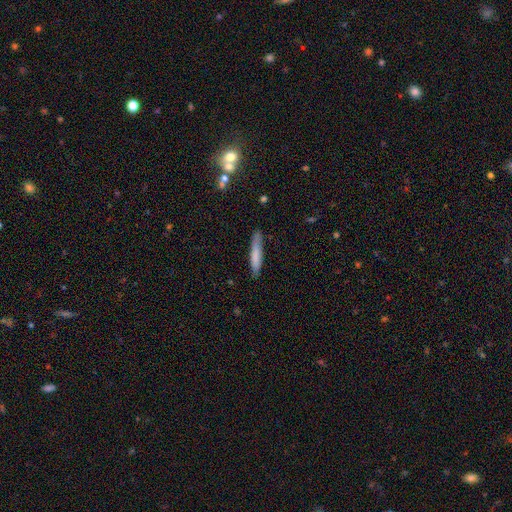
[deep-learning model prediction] smooth-or-featured: smooth: 75% | featured or disk: 19% | star or artifact: 6%
  how-rounded: cigar-shaped: 91% | in between: 7% | round: 1%
  merging: none: 81% | minor disturbance: 15% | major disturbance: 3% | merger: 2%